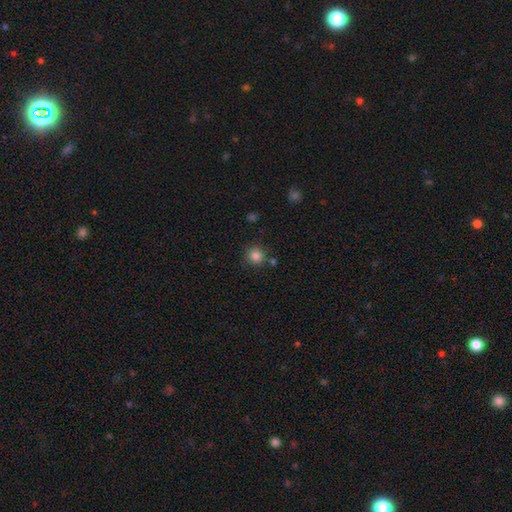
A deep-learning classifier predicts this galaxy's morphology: Smooth or featured? Predicted: smooth (p=0.84). How rounded? Predicted: round (p=0.92). Merging? Predicted: none (p=0.82).